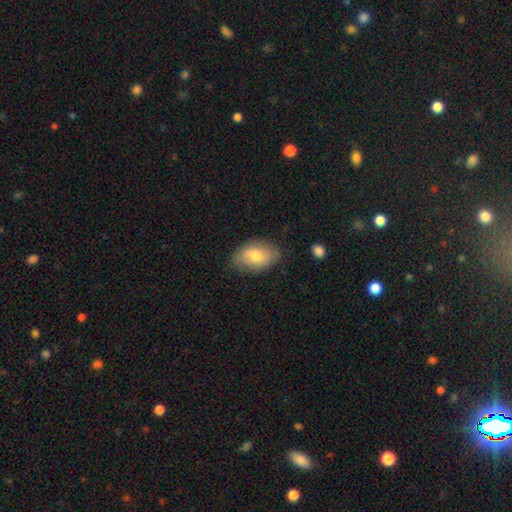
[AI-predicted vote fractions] Smooth or featured?
  - smooth: 74% *
  - featured or disk: 20%
  - star or artifact: 7%
How rounded?
  - in between: 91% *
  - round: 7%
  - cigar-shaped: 2%
Merging?
  - none: 79% *
  - minor disturbance: 17%
  - major disturbance: 3%
  - merger: 1%